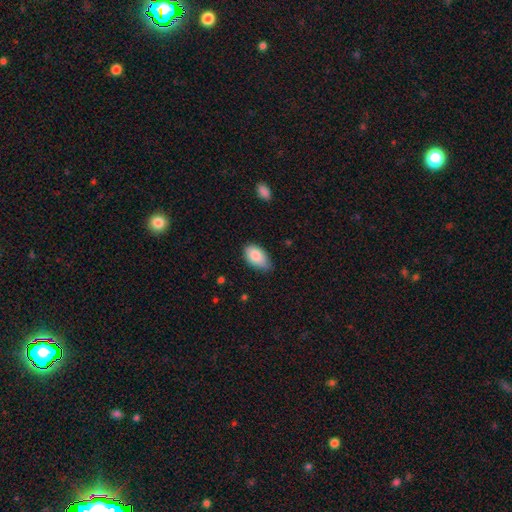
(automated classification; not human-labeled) Q: Smooth or featured?
A: smooth (85%); runner-up: featured or disk (8%)
Q: How rounded?
A: in between (93%); runner-up: round (6%)
Q: Merging?
A: none (59%); runner-up: minor disturbance (34%)